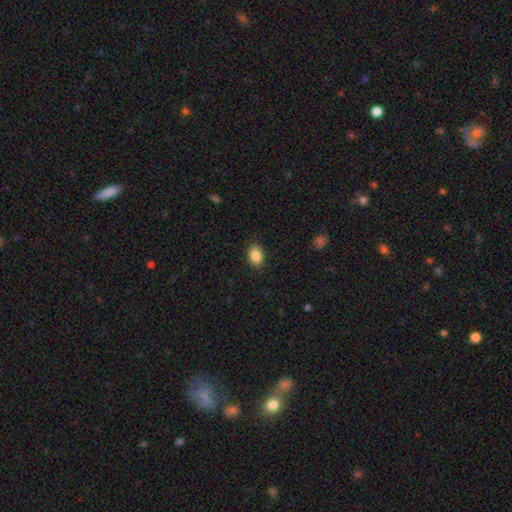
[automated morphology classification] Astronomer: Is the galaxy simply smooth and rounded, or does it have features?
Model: smooth — 87%.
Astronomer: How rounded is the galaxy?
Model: in between — 81%.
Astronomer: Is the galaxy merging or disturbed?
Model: none — 87%.